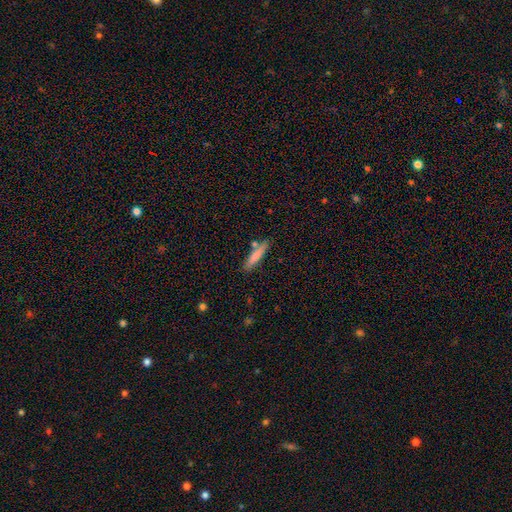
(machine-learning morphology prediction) type=smooth (78%); roundness=cigar-shaped (84%); merging=none (77%).